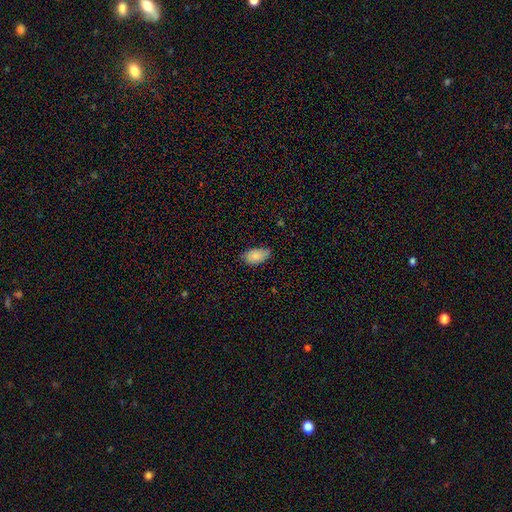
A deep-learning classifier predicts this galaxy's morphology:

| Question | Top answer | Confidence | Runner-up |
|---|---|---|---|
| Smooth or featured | smooth | 85% | featured or disk (8%) |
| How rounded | in between | 94% | round (4%) |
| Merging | none | 74% | minor disturbance (22%) |